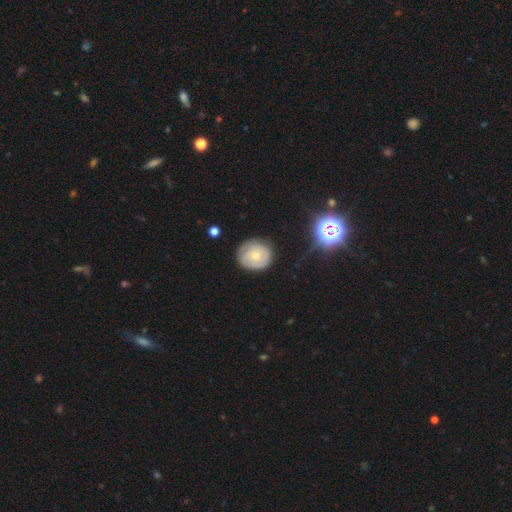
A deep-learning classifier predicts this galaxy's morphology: smooth 51%, featured or disk 40%, star or artifact 9%. Down the decision tree: how rounded — round (81%); merging — none (76%).